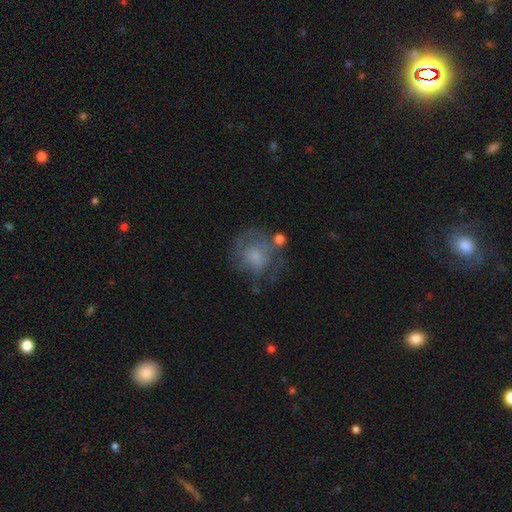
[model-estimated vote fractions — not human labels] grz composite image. It shows a featured or disk galaxy (51%). Merging: none (46%).